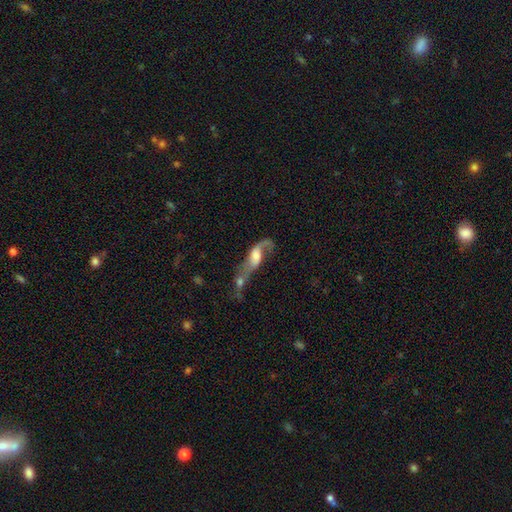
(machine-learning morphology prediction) featured or disk 63%, smooth 28%, star or artifact 9%. Down the decision tree: edge-on disk — no (86%); bar — no (57%); spiral arms — yes (79%); bulge size — moderate (36%); merging — merger (56%).